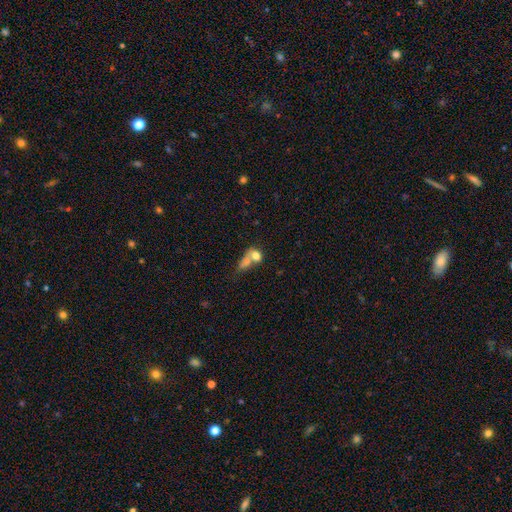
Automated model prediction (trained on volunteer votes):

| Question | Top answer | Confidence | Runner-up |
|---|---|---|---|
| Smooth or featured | smooth | 70% | featured or disk (19%) |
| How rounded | in between | 53% | round (41%) |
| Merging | merger | 58% | none (20%) |